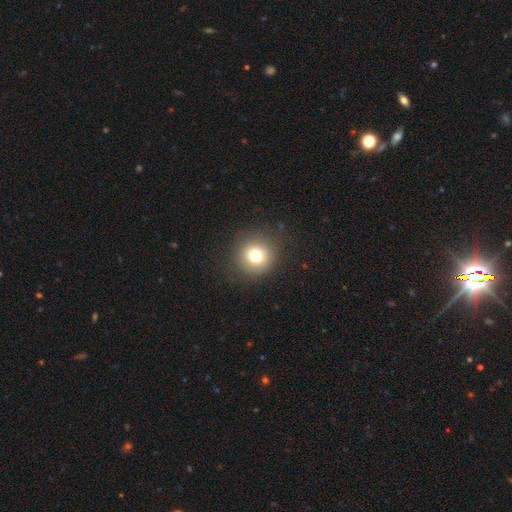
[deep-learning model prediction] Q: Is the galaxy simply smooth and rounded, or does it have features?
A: smooth — 76%.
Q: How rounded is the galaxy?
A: round — 92%.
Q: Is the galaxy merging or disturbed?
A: none — 87%.